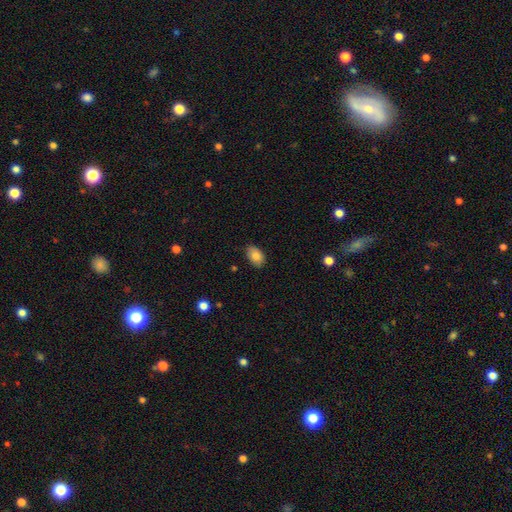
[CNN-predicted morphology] Smooth or featured?
  - smooth: 83% *
  - featured or disk: 9%
  - star or artifact: 8%
How rounded?
  - in between: 89% *
  - round: 10%
  - cigar-shaped: 1%
Merging?
  - none: 83% *
  - minor disturbance: 14%
  - major disturbance: 2%
  - merger: 1%